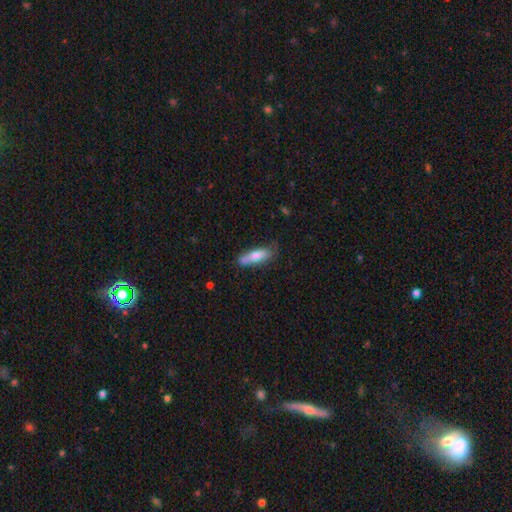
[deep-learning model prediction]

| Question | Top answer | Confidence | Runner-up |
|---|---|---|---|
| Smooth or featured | smooth | 71% | featured or disk (23%) |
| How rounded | cigar-shaped | 55% | in between (43%) |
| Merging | none | 58% | minor disturbance (27%) |